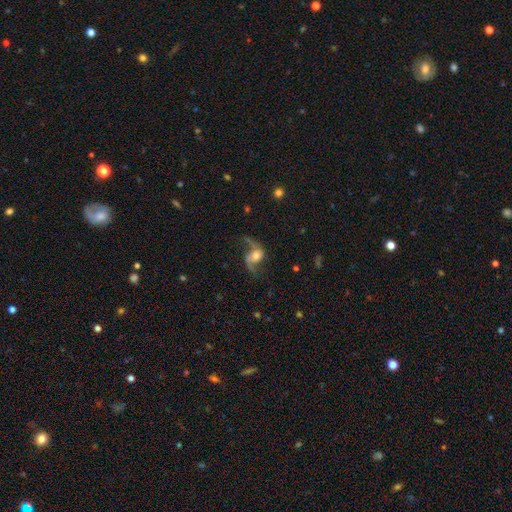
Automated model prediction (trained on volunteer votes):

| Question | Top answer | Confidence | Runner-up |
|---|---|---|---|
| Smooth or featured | featured or disk | 82% | smooth (11%) |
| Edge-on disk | no | 97% | yes (3%) |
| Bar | no | 62% | weak (28%) |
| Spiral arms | yes | 94% | no (6%) |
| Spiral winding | loose | 77% | medium (19%) |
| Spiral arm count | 2 | 91% | 1 (4%) |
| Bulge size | moderate | 60% | small (26%) |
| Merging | none | 62% | major disturbance (18%) |